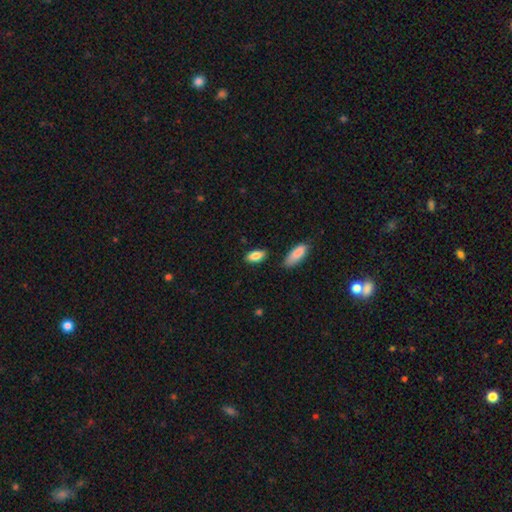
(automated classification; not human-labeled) The model was most divided on "merging": none: 82%, minor disturbance: 12%, merger: 4%, major disturbance: 2%. More confident: how rounded — in between (86%); smooth or featured — smooth (85%).